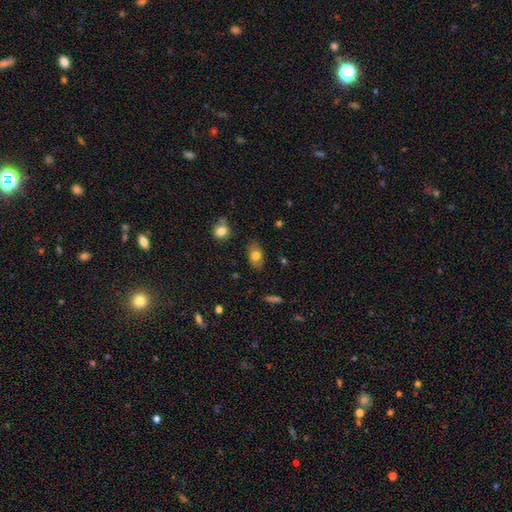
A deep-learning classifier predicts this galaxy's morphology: smooth-or-featured: smooth: 77% | featured or disk: 14% | star or artifact: 9%
  how-rounded: in between: 85% | round: 13% | cigar-shaped: 2%
  merging: none: 82% | minor disturbance: 13% | major disturbance: 3% | merger: 2%